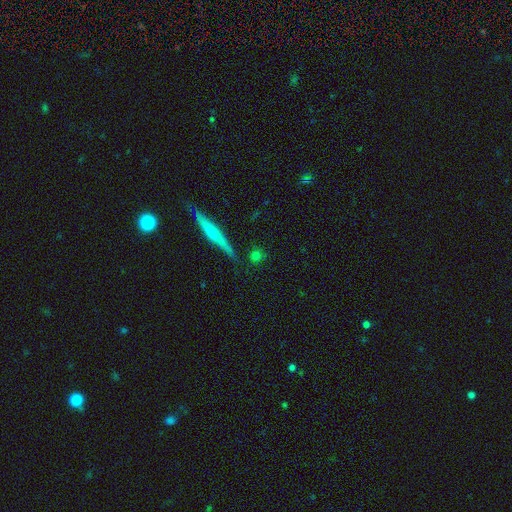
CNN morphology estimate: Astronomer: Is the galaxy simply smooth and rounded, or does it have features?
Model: smooth — 70%.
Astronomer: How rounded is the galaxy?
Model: round — 75%.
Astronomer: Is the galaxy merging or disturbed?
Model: none — 83%.